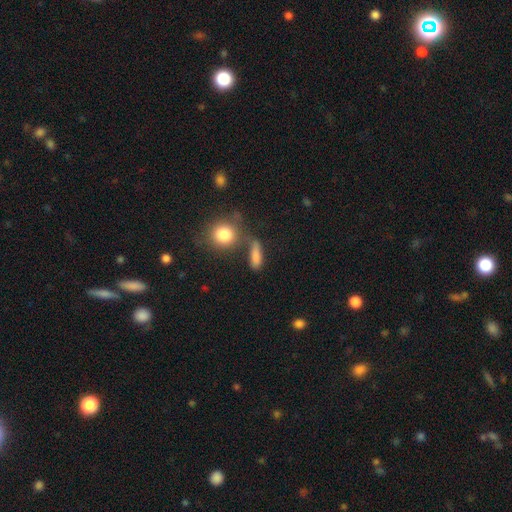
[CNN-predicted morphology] smooth-or-featured: smooth: 79% | star or artifact: 12% | featured or disk: 9%
  how-rounded: in between: 47% | cigar-shaped: 36% | round: 17%
  merging: none: 54% | merger: 21% | minor disturbance: 15% | major disturbance: 9%